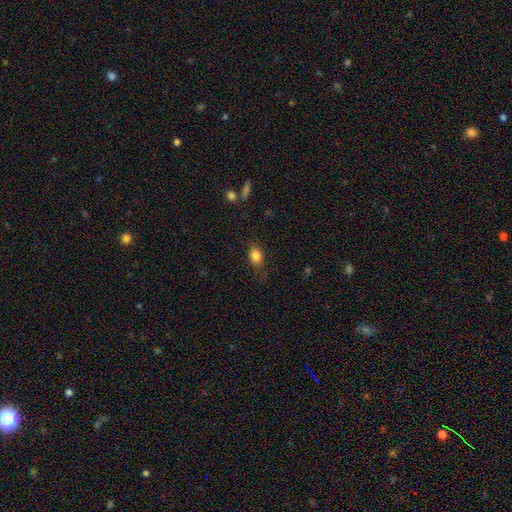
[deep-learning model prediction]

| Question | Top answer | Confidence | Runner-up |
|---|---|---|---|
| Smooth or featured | smooth | 84% | star or artifact (9%) |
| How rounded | in between | 68% | round (30%) |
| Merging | none | 76% | minor disturbance (18%) |